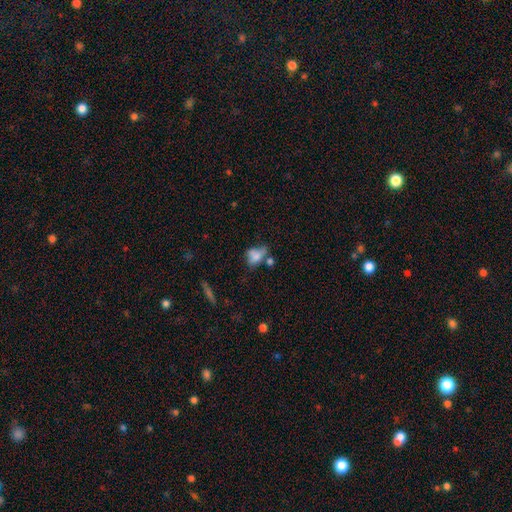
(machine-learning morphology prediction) smooth 66%, featured or disk 23%, star or artifact 11%. Down the decision tree: how rounded — in between (77%); merging — none (30%).